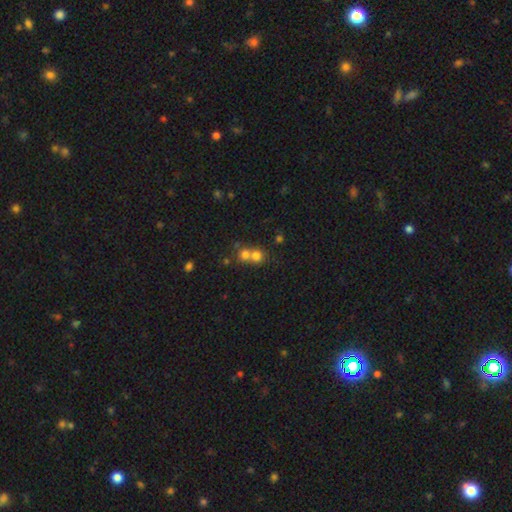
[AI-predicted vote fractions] Smooth or featured? Predicted: smooth (p=0.72). How rounded? Predicted: round (p=0.84). Merging? Predicted: merger (p=0.58).